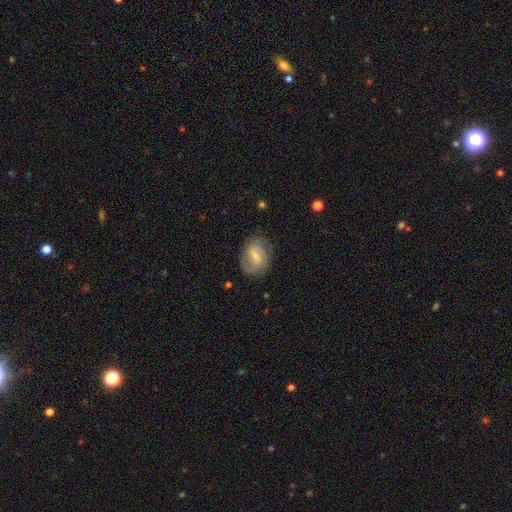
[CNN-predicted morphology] This appears to be a featured or disk galaxy (68%) with a weak bar (58%), 2 (62%) medium (46%) spiral arms (89%) and a small central bulge (62%). Merging: none (73%).